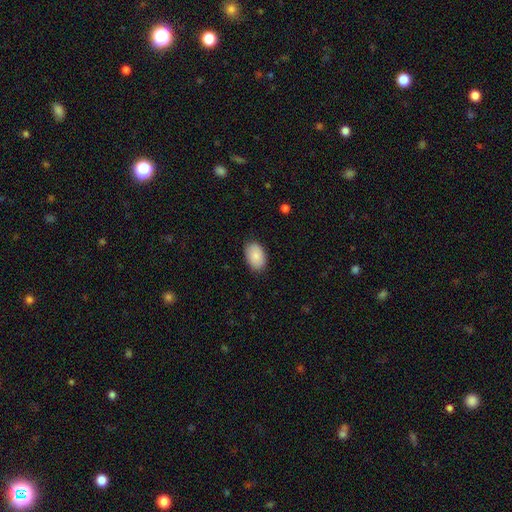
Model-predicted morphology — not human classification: Smooth or featured? smooth (88%)
How rounded? in between (91%)
Merging? none (86%)